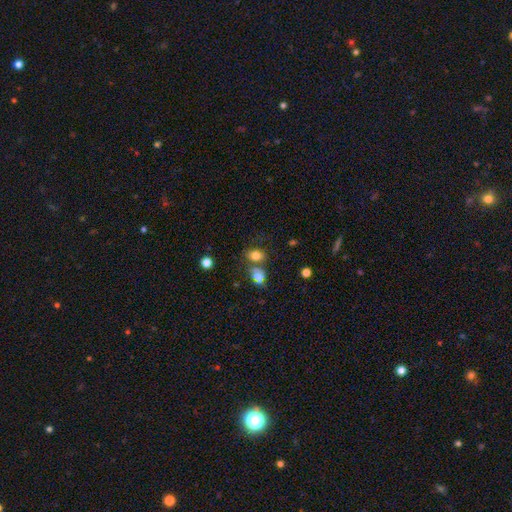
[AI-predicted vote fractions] A smooth galaxy with no disk features (74%) that is in between round and cigar-shaped (62%).

Vote fractions:
- Smooth or featured? smooth: 74% / star or artifact: 17% / featured or disk: 9%
- How rounded? in between: 62% / round: 36% / cigar-shaped: 1%
- Merging? none: 57% / merger: 22% / minor disturbance: 14% / major disturbance: 6%